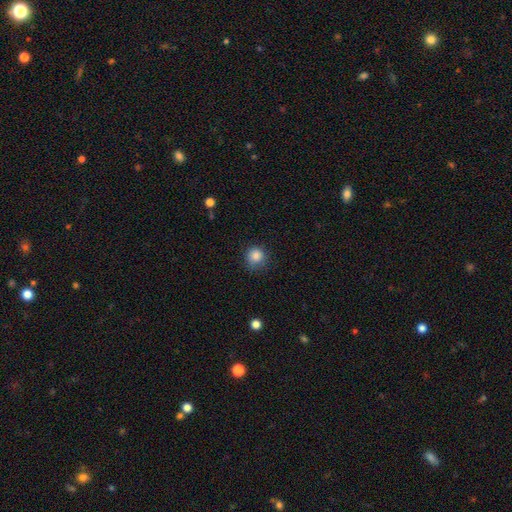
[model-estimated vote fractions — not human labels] Smooth or featured? Predicted: smooth (p=0.86). How rounded? Predicted: round (p=0.90). Merging? Predicted: none (p=0.79).